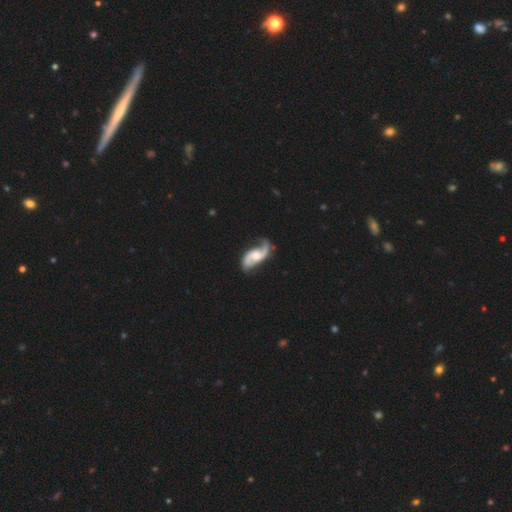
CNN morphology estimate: This is clearly a featured or disk galaxy (90%). It is clearly not viewed edge-on (97%). Bar: possibly no (50%). Spiral arm pattern: clearly yes (97%). Spiral arm count: clearly 2 (92%). Spiral winding: likely loose (61%). Central bulge: likely moderate (62%). Merging: likely none (71%).